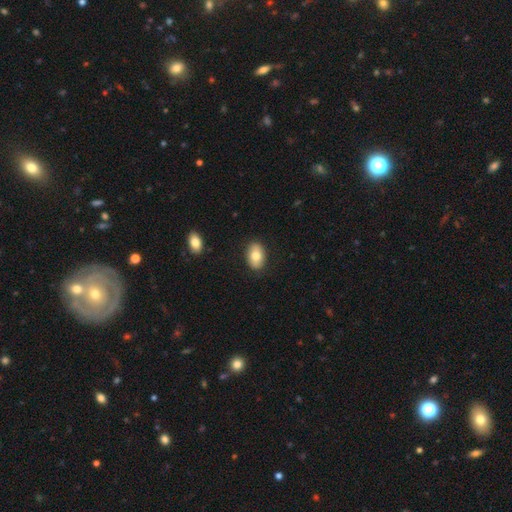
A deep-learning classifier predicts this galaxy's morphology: Q: Smooth or featured?
A: smooth (78%); runner-up: featured or disk (15%)
Q: How rounded?
A: in between (89%); runner-up: round (9%)
Q: Merging?
A: none (88%); runner-up: minor disturbance (9%)